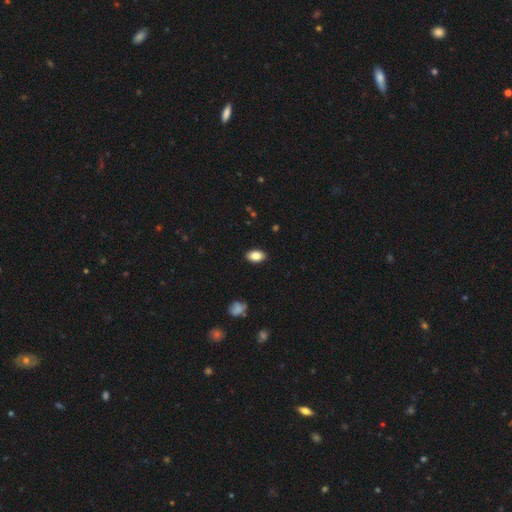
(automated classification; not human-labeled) A smooth galaxy with no disk features (85%) that is in between round and cigar-shaped (89%). Merging: none (89%).